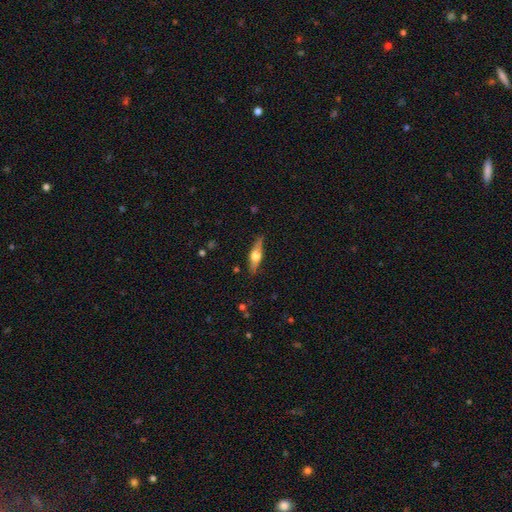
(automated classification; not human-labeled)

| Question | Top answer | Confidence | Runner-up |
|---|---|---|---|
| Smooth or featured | featured or disk | 62% | smooth (32%) |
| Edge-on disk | yes | 95% | no (5%) |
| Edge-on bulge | rounded | 93% | boxy (5%) |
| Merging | none | 86% | minor disturbance (11%) |